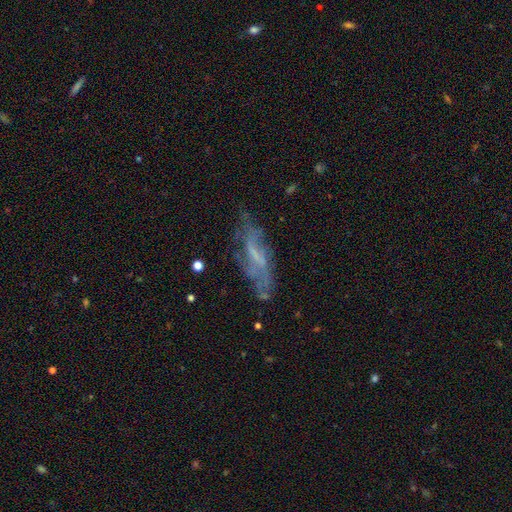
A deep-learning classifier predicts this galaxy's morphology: Smooth or featured: featured or disk — 62% (smooth — 27%)
Edge-on disk: no — 74% (yes — 26%)
Merging: none — 58% (minor disturbance — 24%)